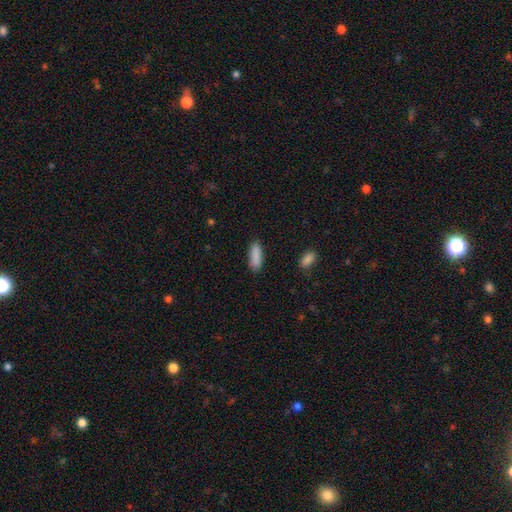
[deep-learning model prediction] Smooth or featured: smooth — 89% (star or artifact — 7%)
How rounded: in between — 55% (cigar-shaped — 43%)
Merging: none — 87% (minor disturbance — 10%)